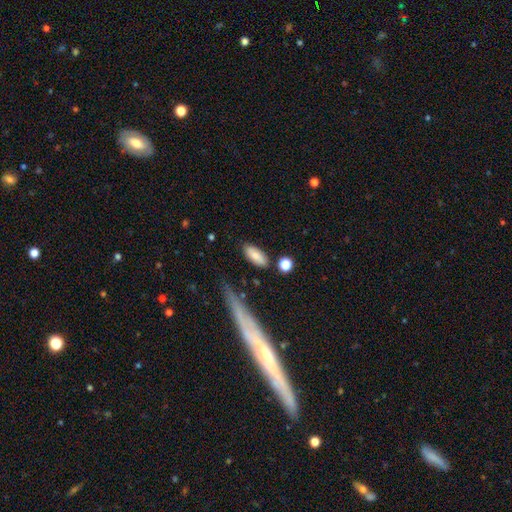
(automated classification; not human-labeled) Smooth or featured?
  - smooth: 79% *
  - featured or disk: 14%
  - star or artifact: 7%
How rounded?
  - in between: 85% *
  - cigar-shaped: 13%
  - round: 3%
Merging?
  - none: 80% *
  - minor disturbance: 13%
  - merger: 4%
  - major disturbance: 3%